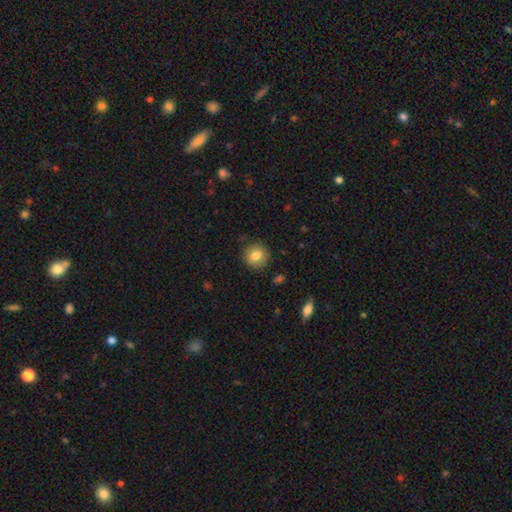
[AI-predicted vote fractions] Overall: smooth (82%). How rounded: round (88%). Merging: none (88%).